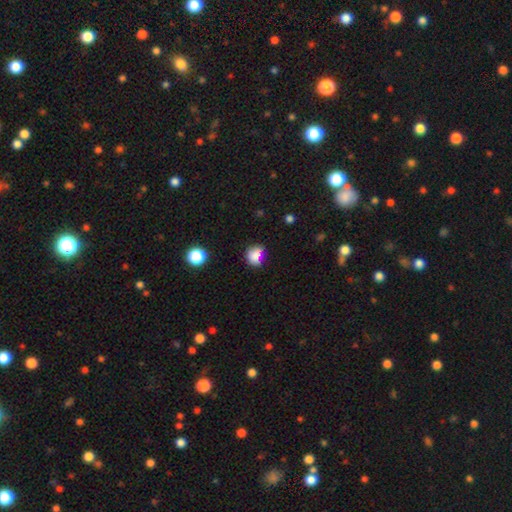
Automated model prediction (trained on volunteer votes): Overall: smooth (77%). How rounded: round (70%). Merging: none (59%; minor disturbance 22%).